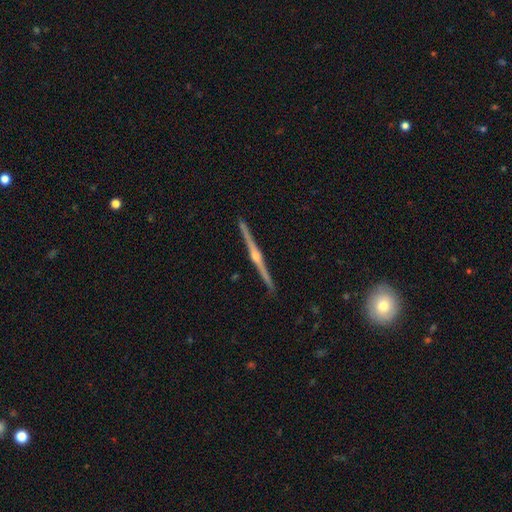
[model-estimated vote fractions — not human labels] This is clearly a featured or disk galaxy (88%). It is clearly viewed edge-on (99%). Edge-on bulge: clearly rounded (89%). Merging: clearly none (93%).